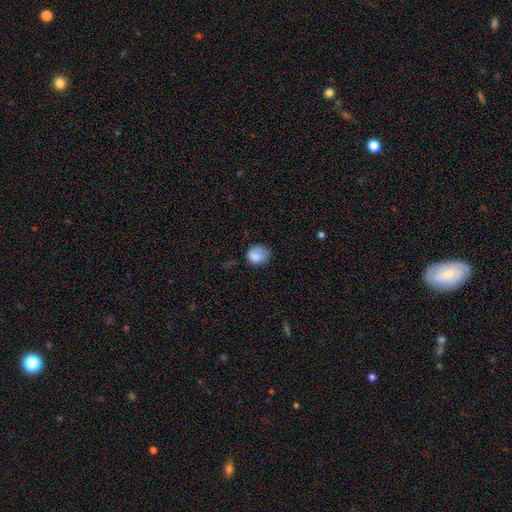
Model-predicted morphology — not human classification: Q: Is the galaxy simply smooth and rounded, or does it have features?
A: smooth — 83%.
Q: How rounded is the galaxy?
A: round — 58%.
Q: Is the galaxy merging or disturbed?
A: none — 51%.